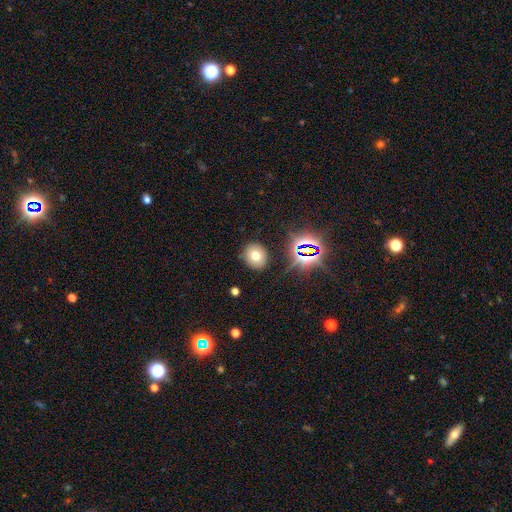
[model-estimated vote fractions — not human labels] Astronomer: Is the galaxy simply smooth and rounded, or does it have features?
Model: smooth — 67%.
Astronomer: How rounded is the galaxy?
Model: round — 74%.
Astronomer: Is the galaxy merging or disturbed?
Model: none — 87%.